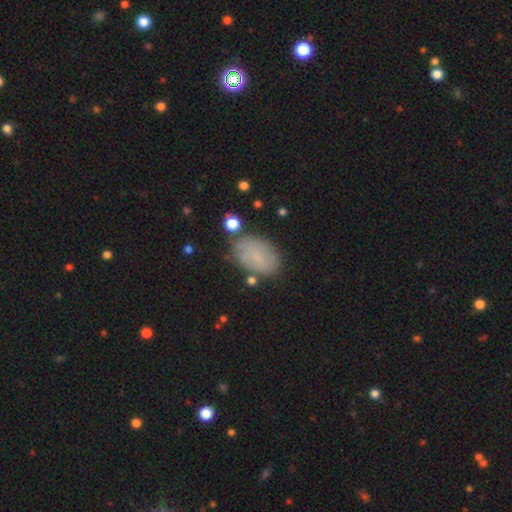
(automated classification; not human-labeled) Q: Smooth or featured?
A: smooth (68%); runner-up: featured or disk (22%)
Q: How rounded?
A: in between (88%); runner-up: round (10%)
Q: Merging?
A: none (67%); runner-up: minor disturbance (21%)